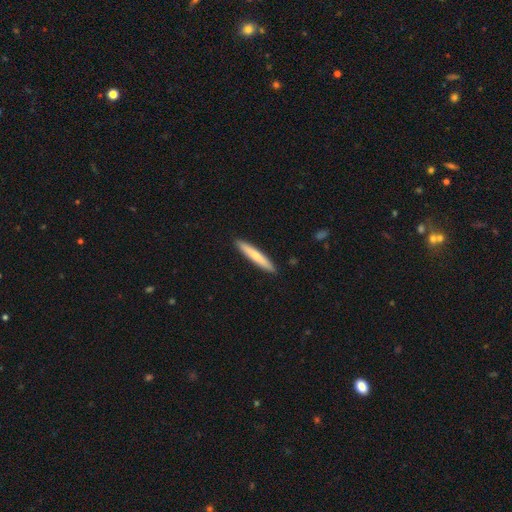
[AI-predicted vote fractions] smooth 68%, featured or disk 27%, star or artifact 5%. Down the decision tree: how rounded — cigar-shaped (95%); merging — none (92%).